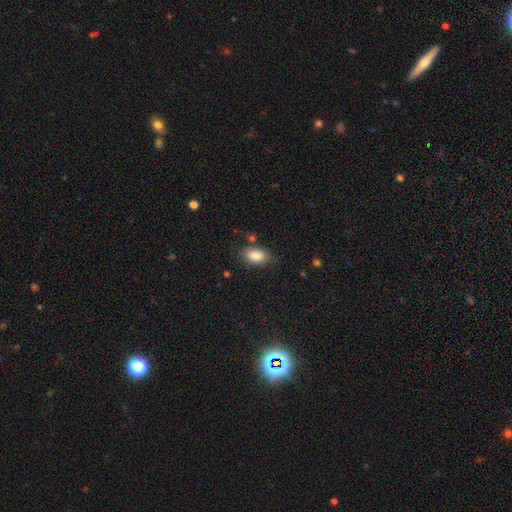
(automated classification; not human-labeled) This is clearly a smooth galaxy (86%). How rounded: clearly in between (91%). Merging: likely none (76%).